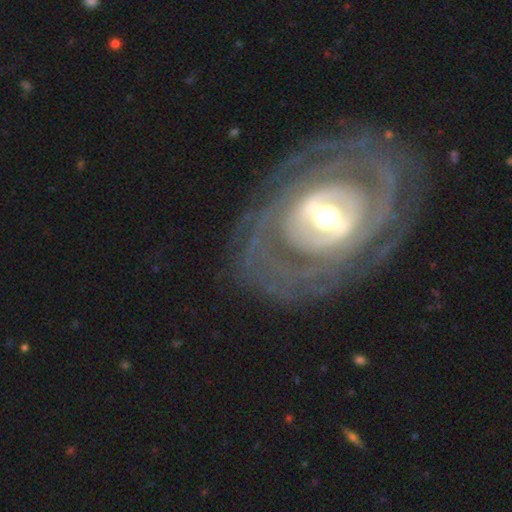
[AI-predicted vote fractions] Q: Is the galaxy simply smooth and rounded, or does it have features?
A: featured or disk — 85%.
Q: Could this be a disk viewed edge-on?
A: no — 95%.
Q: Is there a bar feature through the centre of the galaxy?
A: strong — 45%.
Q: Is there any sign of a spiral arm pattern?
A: yes — 80%.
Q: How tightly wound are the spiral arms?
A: tight — 74%.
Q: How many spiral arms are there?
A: can't tell — 44%.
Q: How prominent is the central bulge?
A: moderate — 62%.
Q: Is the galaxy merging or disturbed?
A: none — 78%.